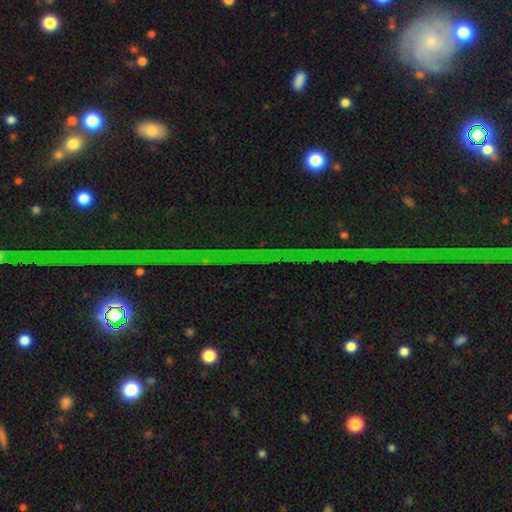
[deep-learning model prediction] This is likely a star or artifact rather than a galaxy (77%).